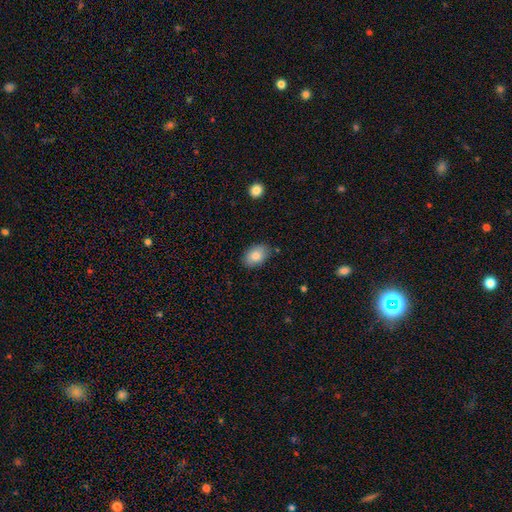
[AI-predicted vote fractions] A smooth galaxy with no disk features (84%) that is in between round and cigar-shaped (88%).

Vote fractions:
- Smooth or featured? smooth: 84% / featured or disk: 9% / star or artifact: 7%
- How rounded? in between: 88% / round: 10% / cigar-shaped: 1%
- Merging? none: 81% / minor disturbance: 15% / major disturbance: 3% / merger: 2%